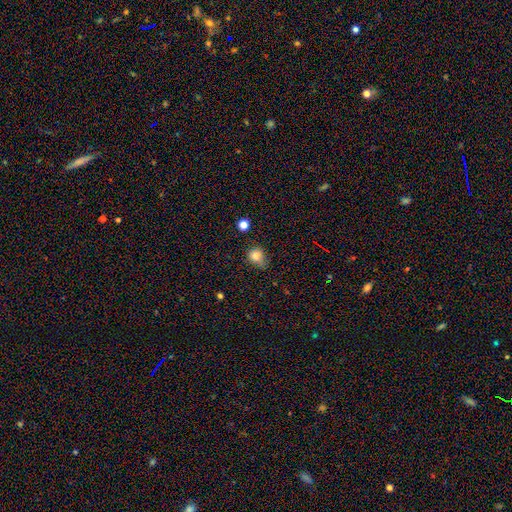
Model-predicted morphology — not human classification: type=smooth (82%); roundness=round (75%); merging=none (51%).